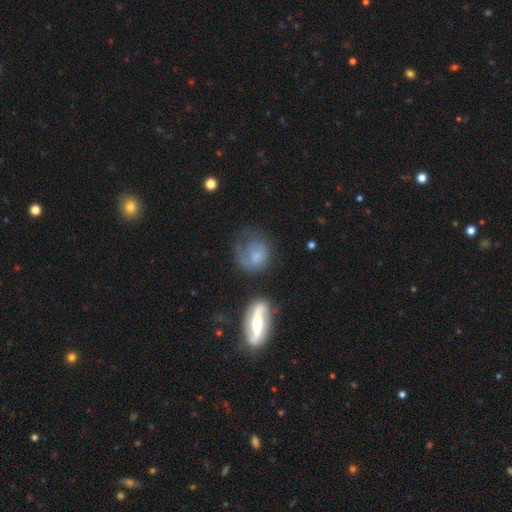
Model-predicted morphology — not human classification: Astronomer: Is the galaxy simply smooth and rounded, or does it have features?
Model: smooth — 57% (runner-up: featured or disk, 34%).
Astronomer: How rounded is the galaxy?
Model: round — 67%.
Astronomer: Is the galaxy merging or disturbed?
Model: none — 38% (runner-up: major disturbance, 30%).